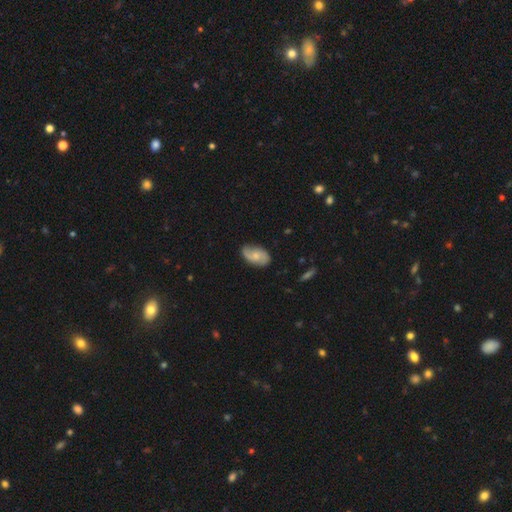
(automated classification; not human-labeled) Morphology: type=featured or disk (59%); edge-on=no (96%); bar=no (67%); spiral arms=yes (90%); winding=loose (41%); arm count=2 (82%); bulge=small (46%); merging=none (73%).